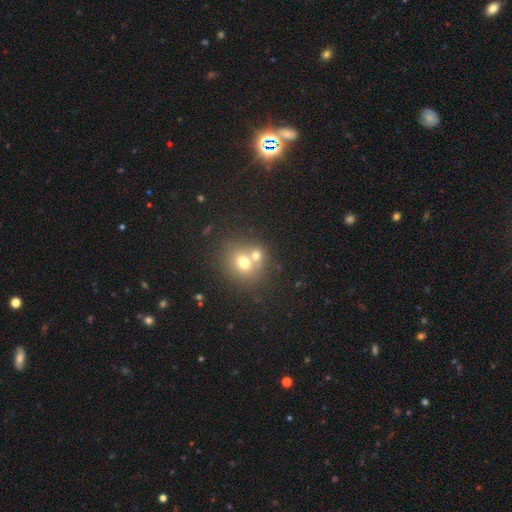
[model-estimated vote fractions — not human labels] Q: Smooth or featured?
A: smooth (68%); runner-up: featured or disk (18%)
Q: How rounded?
A: round (72%); runner-up: in between (27%)
Q: Merging?
A: merger (48%); runner-up: none (41%)